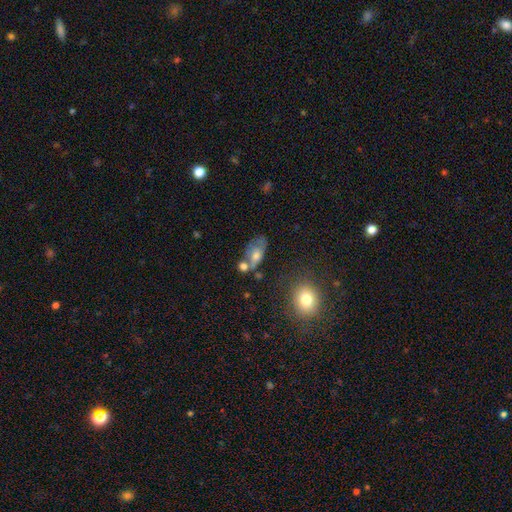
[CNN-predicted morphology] Smooth or featured? smooth (58%)
How rounded? in between (85%)
Merging? none (38%)